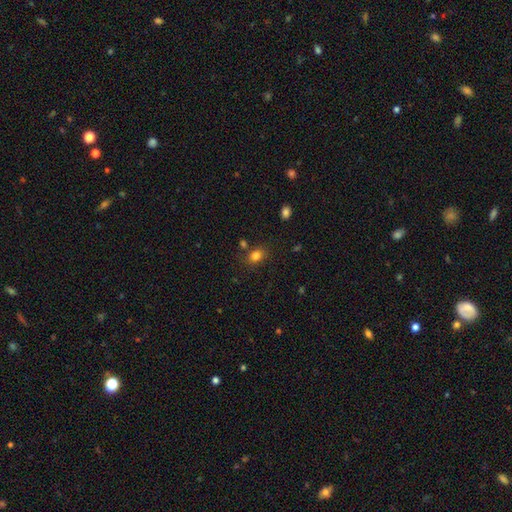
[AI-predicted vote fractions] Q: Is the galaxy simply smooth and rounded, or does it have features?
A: smooth — 82%.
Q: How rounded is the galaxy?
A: in between — 61%.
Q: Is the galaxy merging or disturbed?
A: none — 74%.